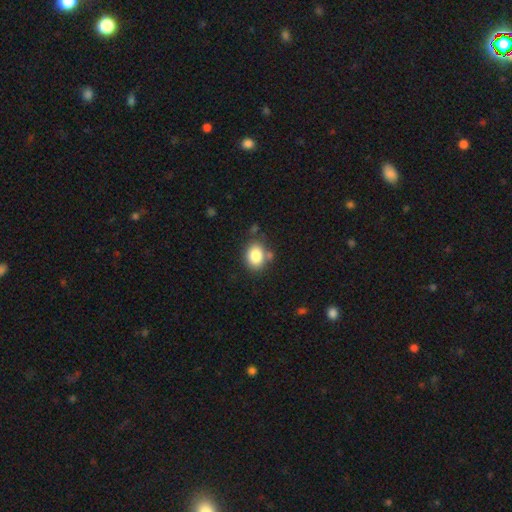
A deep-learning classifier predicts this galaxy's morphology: A smooth galaxy with no disk features (83%) that is in between round and cigar-shaped (56%).

Vote fractions:
- Smooth or featured? smooth: 83% / star or artifact: 9% / featured or disk: 8%
- How rounded? in between: 56% / round: 43% / cigar-shaped: 1%
- Merging? none: 75% / minor disturbance: 14% / merger: 8% / major disturbance: 4%